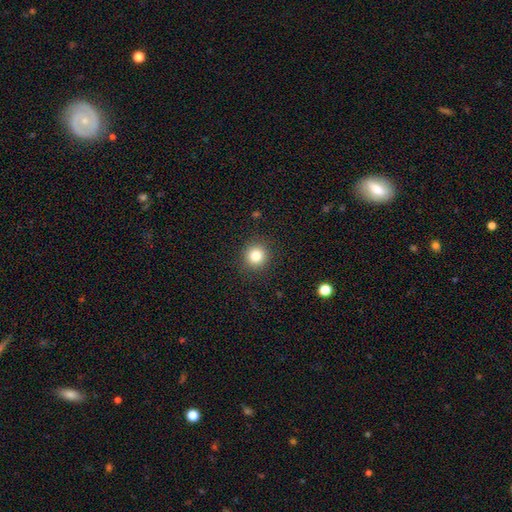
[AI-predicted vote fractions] Smooth or featured? smooth (82%)
How rounded? round (92%)
Merging? none (90%)